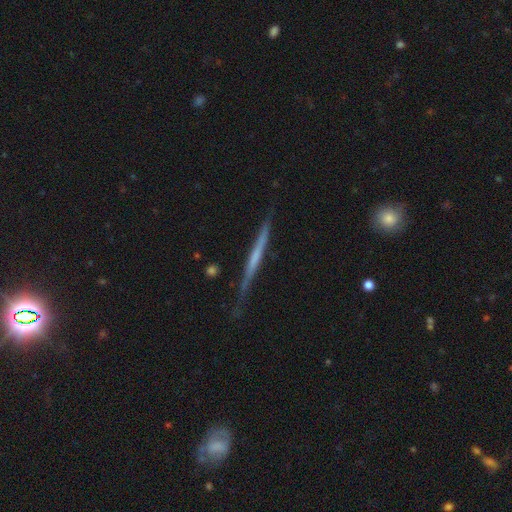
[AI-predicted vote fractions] Q: Smooth or featured?
A: featured or disk (60%); runner-up: smooth (34%)
Q: Edge-on disk?
A: yes (97%); runner-up: no (3%)
Q: Edge-on bulge?
A: none (80%); runner-up: rounded (13%)
Q: Merging?
A: none (80%); runner-up: minor disturbance (15%)